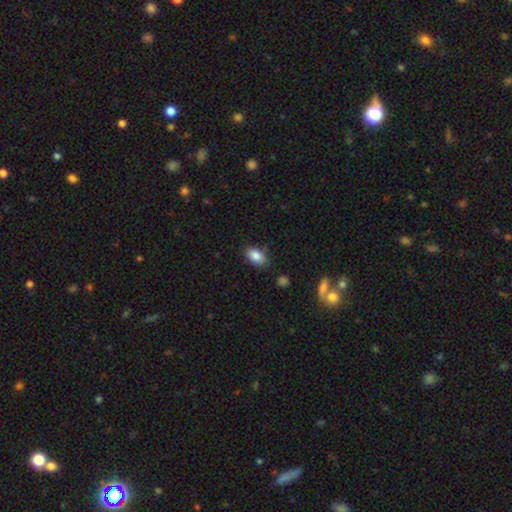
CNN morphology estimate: This appears to be a smooth galaxy with no disk features (86%) that is in between round and cigar-shaped (89%). Merging: none (80%).